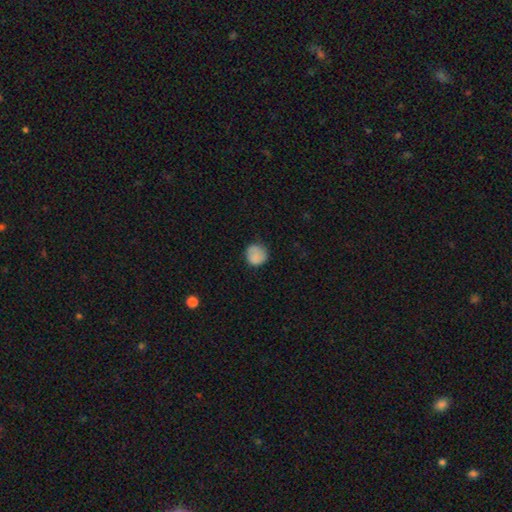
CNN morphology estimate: smooth 84%, featured or disk 8%, star or artifact 8%. Down the decision tree: how rounded — round (90%); merging — none (77%).